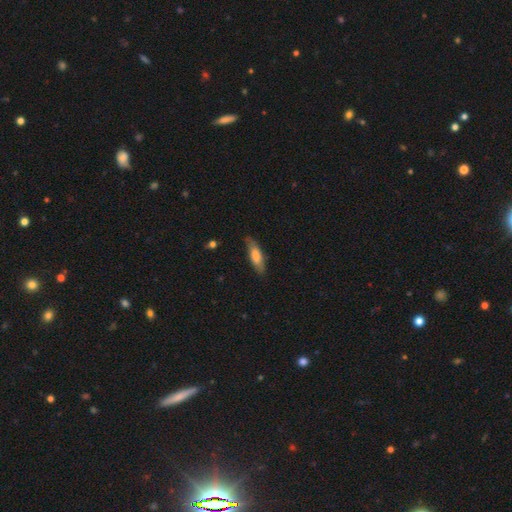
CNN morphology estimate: Smooth or featured? smooth (69%)
How rounded? cigar-shaped (50%)
Merging? none (77%)